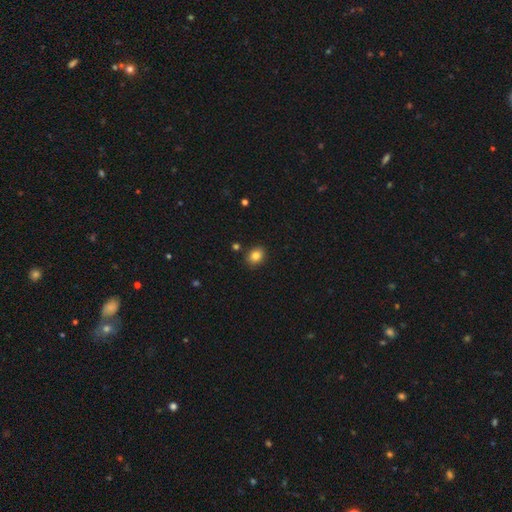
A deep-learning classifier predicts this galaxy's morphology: Smooth or featured?
  - smooth: 84% *
  - star or artifact: 10%
  - featured or disk: 6%
How rounded?
  - in between: 55% *
  - round: 44%
  - cigar-shaped: 1%
Merging?
  - none: 87% *
  - minor disturbance: 8%
  - merger: 3%
  - major disturbance: 2%